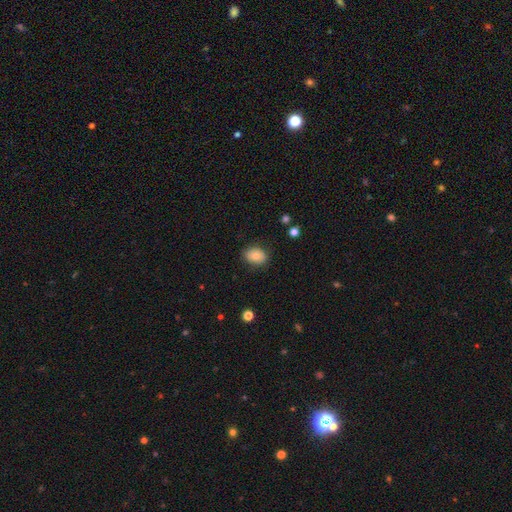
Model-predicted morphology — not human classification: Smooth or featured? Predicted: smooth (p=0.78). How rounded? Predicted: in between (p=0.65). Merging? Predicted: none (p=0.84).